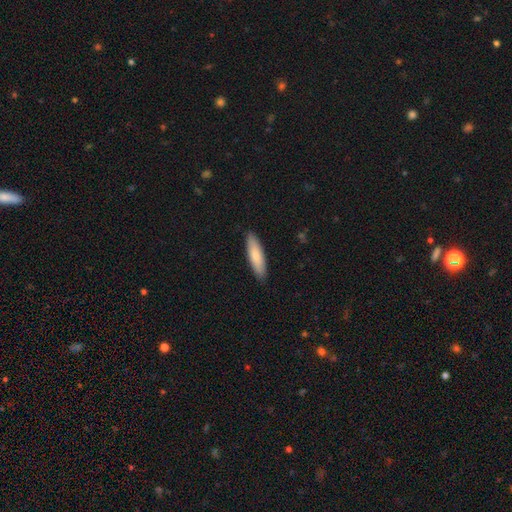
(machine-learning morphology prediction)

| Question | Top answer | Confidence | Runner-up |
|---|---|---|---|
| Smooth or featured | smooth | 82% | featured or disk (13%) |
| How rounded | cigar-shaped | 68% | in between (30%) |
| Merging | none | 90% | minor disturbance (8%) |